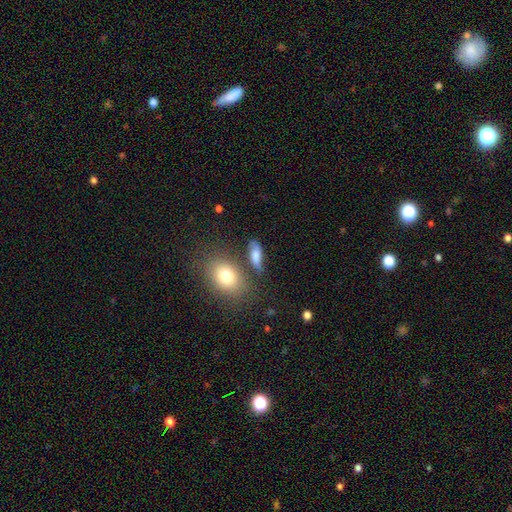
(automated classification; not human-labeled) smooth 64%, featured or disk 25%, star or artifact 11%. Down the decision tree: how rounded — in between (66%); merging — none (62%).